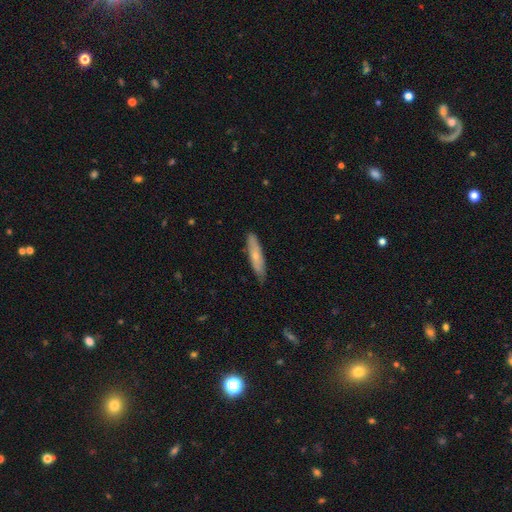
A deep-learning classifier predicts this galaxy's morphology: Smooth or featured: smooth — 58% (featured or disk — 36%)
How rounded: cigar-shaped — 81% (in between — 17%)
Merging: none — 82% (minor disturbance — 15%)